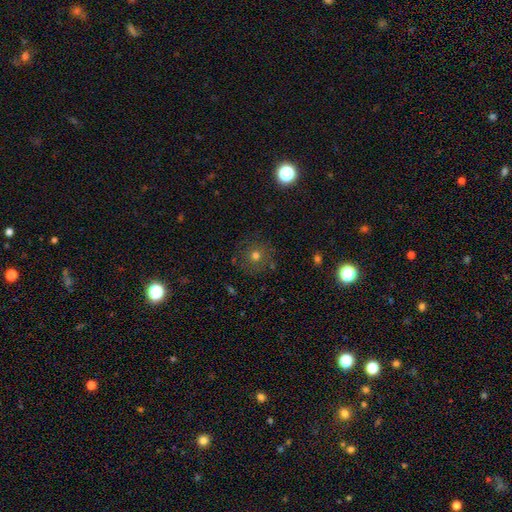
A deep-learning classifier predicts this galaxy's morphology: smooth-or-featured: smooth: 69% | star or artifact: 19% | featured or disk: 13%
  how-rounded: round: 93% | in between: 6% | cigar-shaped: 1%
  merging: none: 84% | minor disturbance: 10% | major disturbance: 4% | merger: 2%